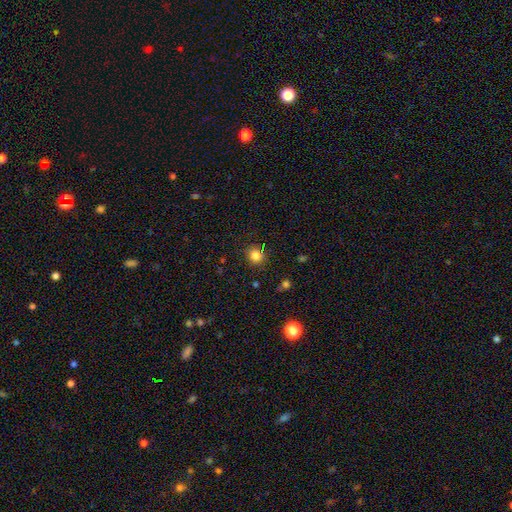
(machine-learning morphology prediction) A smooth galaxy with no disk features (82%) that is round (83%). Merging: none (86%).